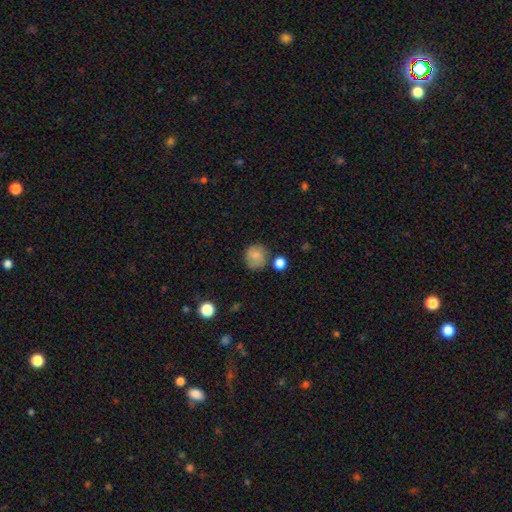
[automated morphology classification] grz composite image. It shows a smooth galaxy with no disk features (70%) that is round (84%). Merging: none (67%).